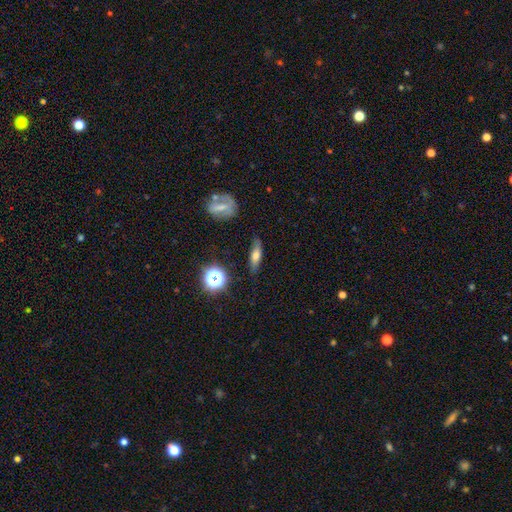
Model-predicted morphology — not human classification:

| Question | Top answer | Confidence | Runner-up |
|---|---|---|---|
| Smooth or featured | smooth | 56% | featured or disk (33%) |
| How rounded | cigar-shaped | 57% | in between (35%) |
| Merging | none | 84% | minor disturbance (11%) |